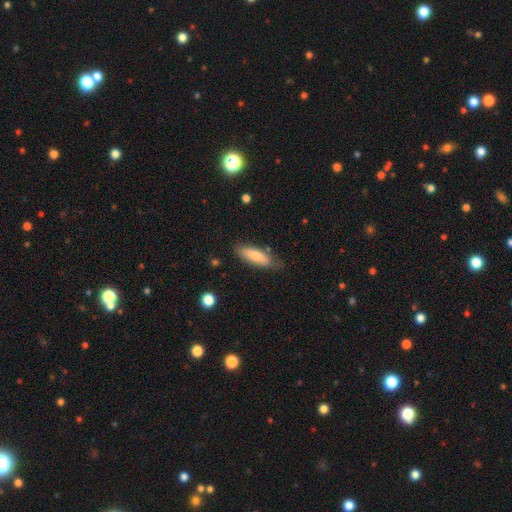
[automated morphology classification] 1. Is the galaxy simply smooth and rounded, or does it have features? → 72% smooth, 22% featured or disk, 6% star or artifact.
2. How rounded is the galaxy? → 50% cigar-shaped, 48% in between, 2% round.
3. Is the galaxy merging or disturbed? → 76% none, 18% minor disturbance, 3% major disturbance, 2% merger.